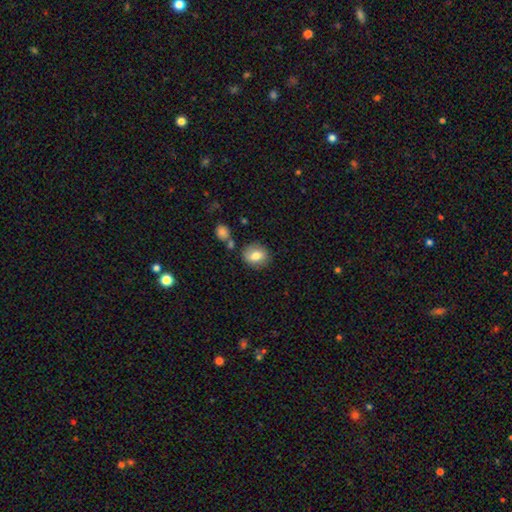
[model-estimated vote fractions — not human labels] smooth_or_featured: smooth (p=0.78) [alt: featured or disk p=0.14]
how_rounded: round (p=0.53) [alt: in between p=0.46]
merging: none (p=0.76) [alt: minor disturbance p=0.14]